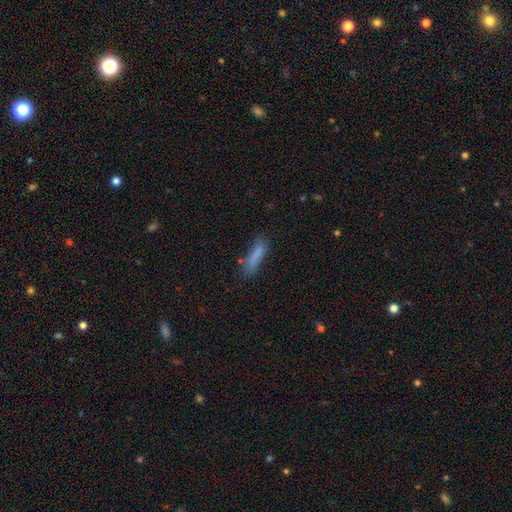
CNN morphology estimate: The model was most divided on "merging": none: 61%, minor disturbance: 24%, major disturbance: 10%, merger: 5%. More confident: smooth or featured — smooth (77%); how rounded — cigar-shaped (73%).